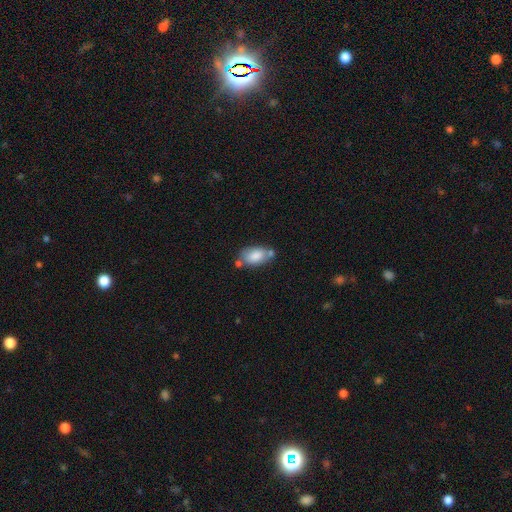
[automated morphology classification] Smooth or featured: smooth — 81% (featured or disk — 12%)
How rounded: in between — 92% (round — 6%)
Merging: none — 55% (merger — 20%)